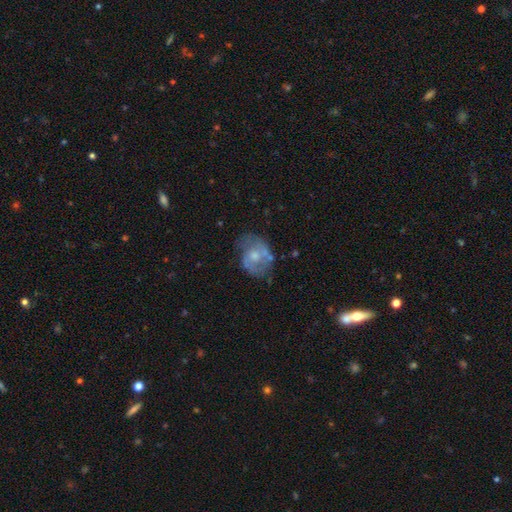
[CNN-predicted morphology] A featured or disk galaxy (60%) with no bar (72%), spiral arms (61%) and a moderate central bulge (52%). Merging: none (53%).